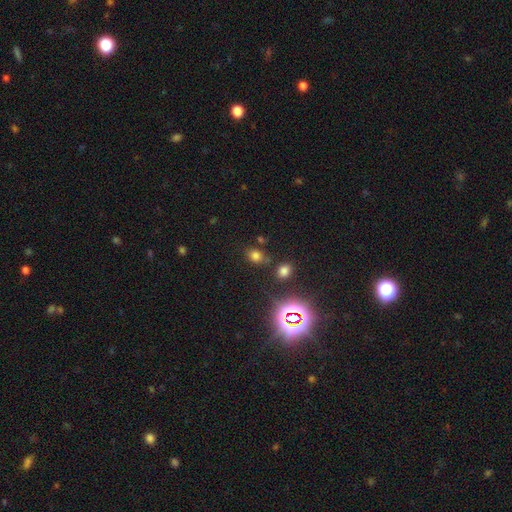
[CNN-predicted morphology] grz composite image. It shows a smooth galaxy with no disk features (67%) that is in between round and cigar-shaped (50%). Merging: none (74%).